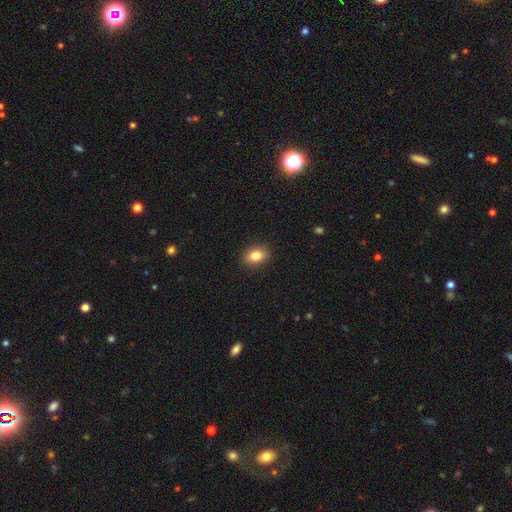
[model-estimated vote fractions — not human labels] smooth-or-featured: smooth: 83% | star or artifact: 9% | featured or disk: 7%
  how-rounded: in between: 71% | round: 27% | cigar-shaped: 1%
  merging: none: 90% | minor disturbance: 7% | major disturbance: 2% | merger: 1%